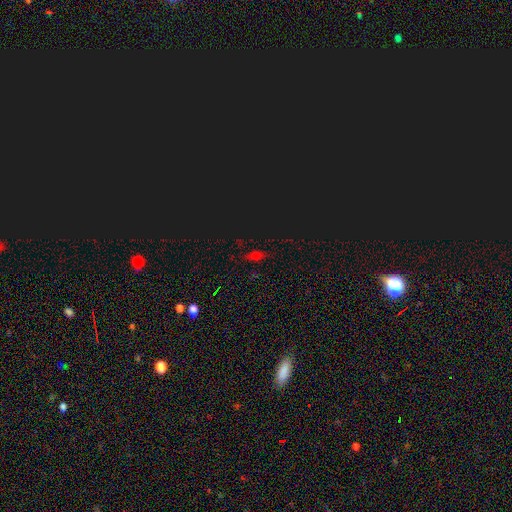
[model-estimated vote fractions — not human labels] Smooth or featured?
  - star or artifact: 42% *
  - smooth: 40%
  - featured or disk: 18%